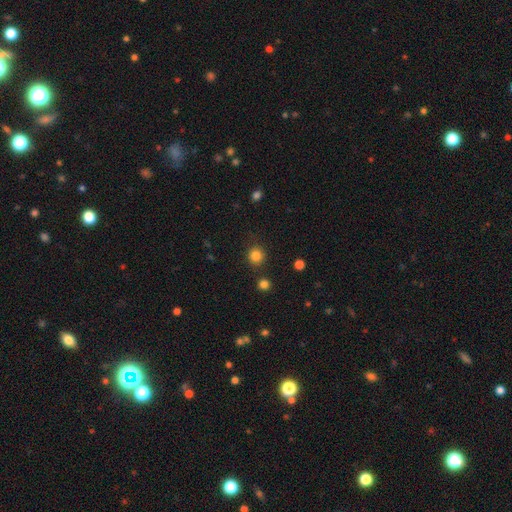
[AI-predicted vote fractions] smooth-or-featured: smooth: 83% | star or artifact: 13% | featured or disk: 4%
  how-rounded: round: 92% | in between: 7% | cigar-shaped: 1%
  merging: none: 86% | minor disturbance: 8% | merger: 3% | major disturbance: 3%